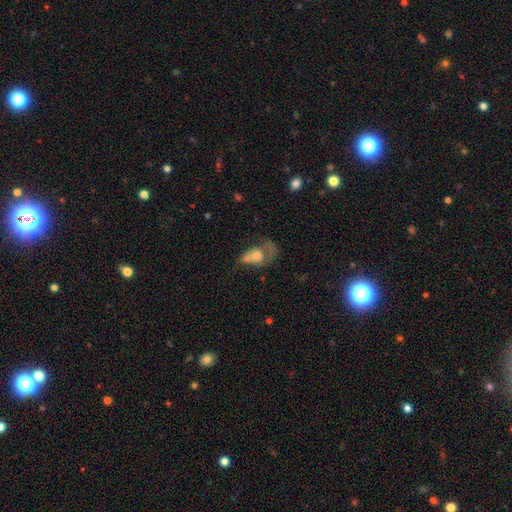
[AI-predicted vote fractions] Smooth or featured: featured or disk — 46% (smooth — 42%)
Merging: major disturbance — 49% (none — 21%)